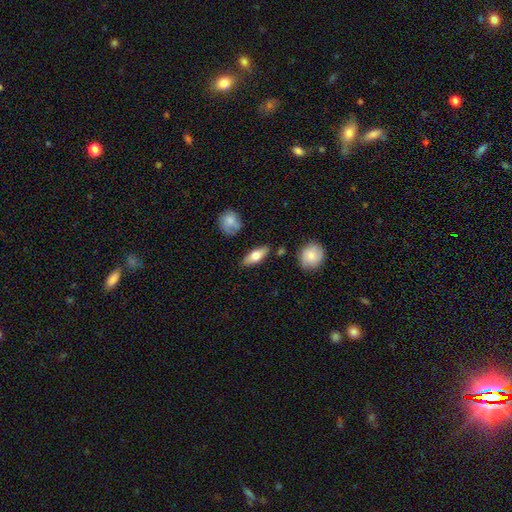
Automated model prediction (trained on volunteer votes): smooth_or_featured: smooth (p=0.62) [alt: featured or disk p=0.32]
how_rounded: in between (p=0.67) [alt: cigar-shaped p=0.29]
merging: none (p=0.83) [alt: minor disturbance p=0.11]